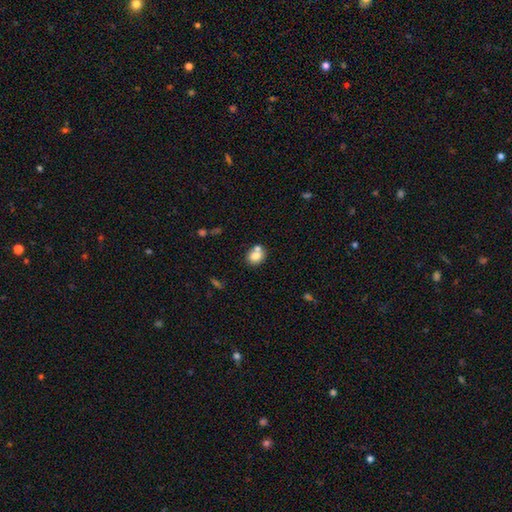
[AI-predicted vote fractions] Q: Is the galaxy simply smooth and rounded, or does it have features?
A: smooth — 77%.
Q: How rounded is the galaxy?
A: round — 66%.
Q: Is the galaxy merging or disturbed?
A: none — 54%.